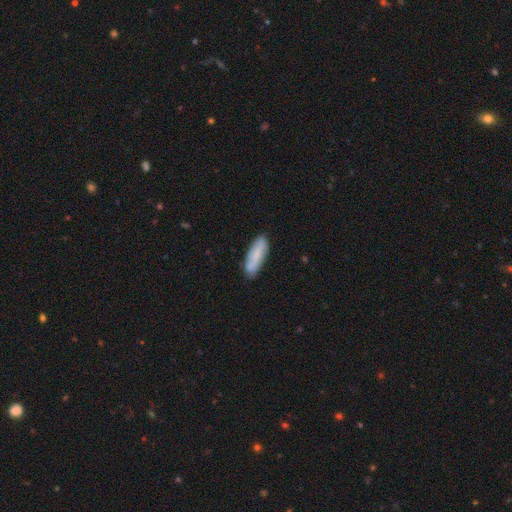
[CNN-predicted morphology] Smooth or featured? Predicted: smooth (p=0.76). How rounded? Predicted: cigar-shaped (p=0.52). Merging? Predicted: none (p=0.80).